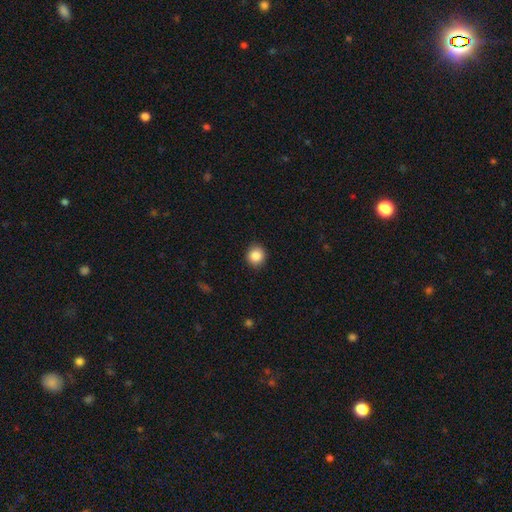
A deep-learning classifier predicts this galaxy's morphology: This appears to be a smooth galaxy with no disk features (86%) that is round (91%). Merging: none (91%).